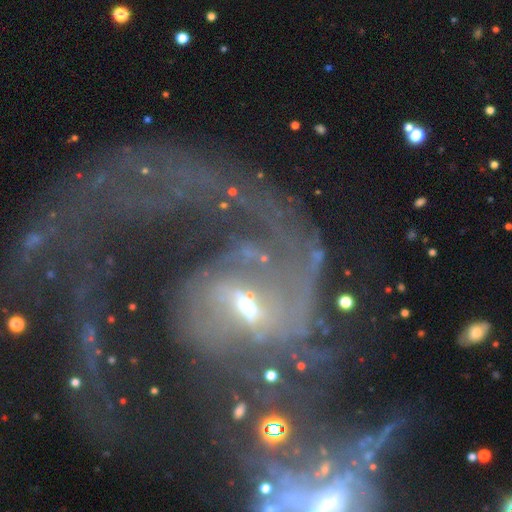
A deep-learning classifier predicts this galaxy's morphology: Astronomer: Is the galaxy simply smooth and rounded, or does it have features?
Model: featured or disk — 80%.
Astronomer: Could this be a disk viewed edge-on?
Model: no — 97%.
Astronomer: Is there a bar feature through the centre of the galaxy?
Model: weak — 46% (runner-up: no, 31%).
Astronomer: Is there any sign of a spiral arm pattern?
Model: yes — 83%.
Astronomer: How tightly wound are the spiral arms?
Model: loose — 49% (runner-up: medium, 35%).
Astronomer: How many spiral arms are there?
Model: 2 — 47%.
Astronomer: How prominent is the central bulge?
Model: small — 55% (runner-up: moderate, 36%).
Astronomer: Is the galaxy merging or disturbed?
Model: major disturbance — 47% (runner-up: none, 24%).